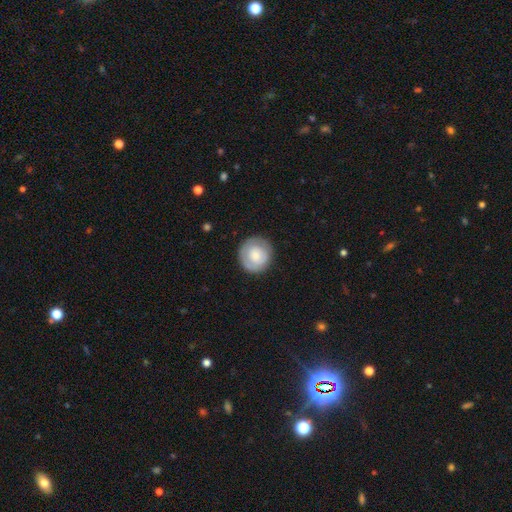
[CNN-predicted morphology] Smooth or featured: smooth — 66% (featured or disk — 28%)
How rounded: round — 92% (in between — 7%)
Merging: none — 84% (minor disturbance — 11%)